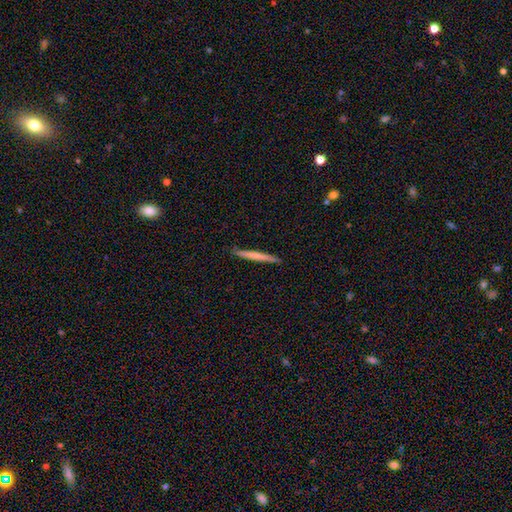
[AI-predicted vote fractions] This is possibly a smooth galaxy (60%). How rounded: clearly cigar-shaped (97%). Merging: clearly none (91%).